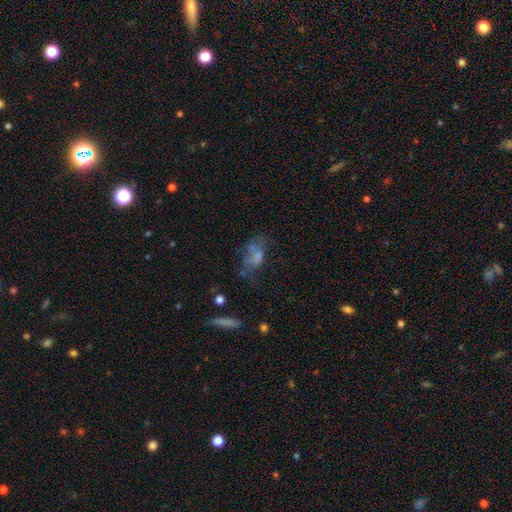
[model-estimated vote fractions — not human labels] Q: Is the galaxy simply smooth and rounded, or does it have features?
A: smooth — 48%.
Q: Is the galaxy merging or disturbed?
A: major disturbance — 36%.